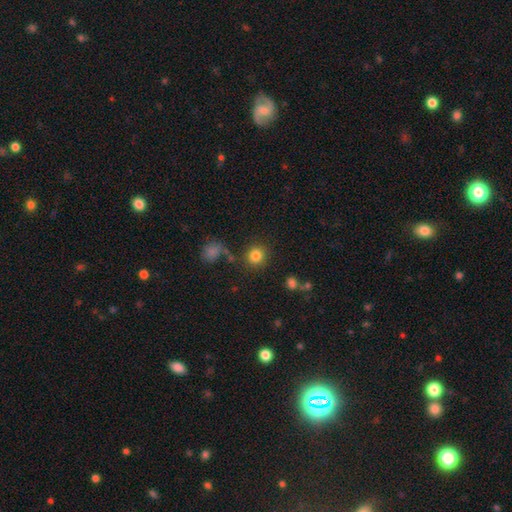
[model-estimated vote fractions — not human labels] The model was most divided on "smooth or featured": smooth: 83%, star or artifact: 12%, featured or disk: 6%. More confident: how rounded — round (90%); merging — none (83%).